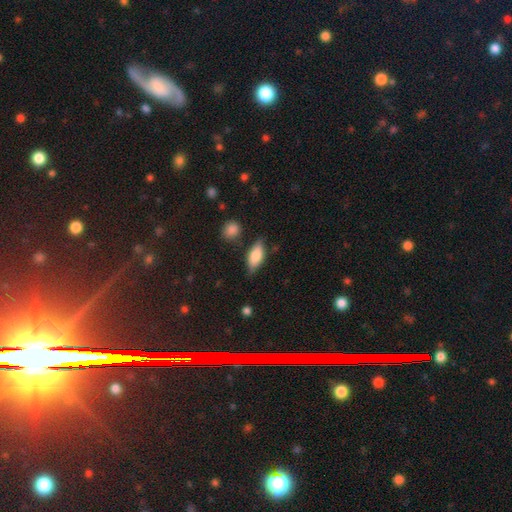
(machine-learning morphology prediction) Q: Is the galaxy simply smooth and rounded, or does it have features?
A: smooth — 72%.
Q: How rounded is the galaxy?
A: in between — 78%.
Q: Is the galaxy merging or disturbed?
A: none — 74%.